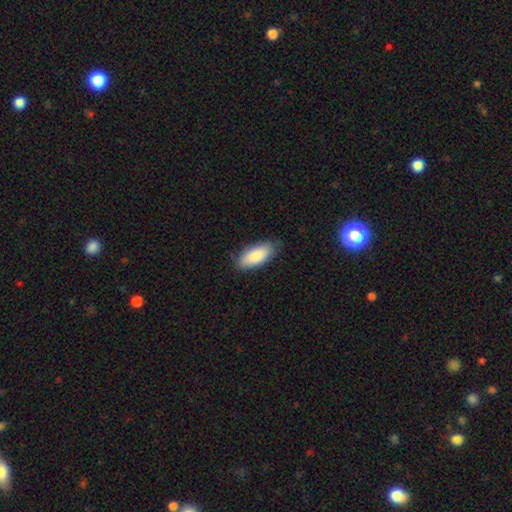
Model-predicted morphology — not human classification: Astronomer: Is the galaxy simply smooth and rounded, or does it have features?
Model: smooth — 86%.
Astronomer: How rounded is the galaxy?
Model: in between — 87%.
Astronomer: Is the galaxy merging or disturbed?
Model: none — 81%.